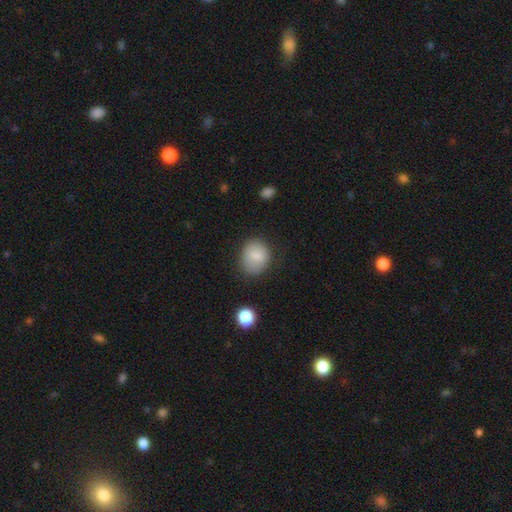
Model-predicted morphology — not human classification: Q: Smooth or featured?
A: smooth (83%); runner-up: star or artifact (9%)
Q: How rounded?
A: round (66%); runner-up: in between (33%)
Q: Merging?
A: none (73%); runner-up: minor disturbance (19%)